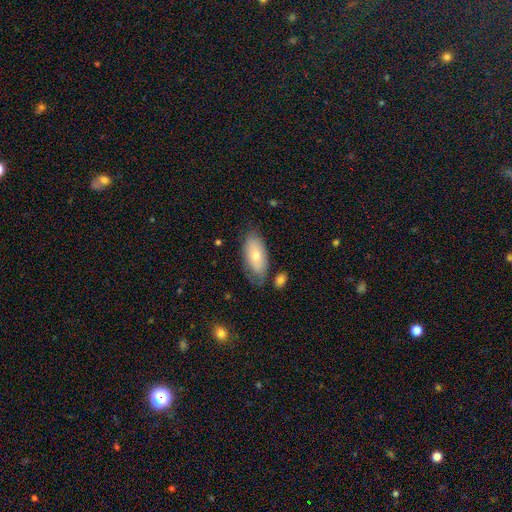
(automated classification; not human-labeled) A smooth galaxy with no disk features (68%) that is in between round and cigar-shaped (90%).

Vote fractions:
- Smooth or featured? smooth: 68% / featured or disk: 26% / star or artifact: 6%
- How rounded? in between: 90% / cigar-shaped: 7% / round: 3%
- Merging? none: 66% / minor disturbance: 23% / major disturbance: 6% / merger: 5%